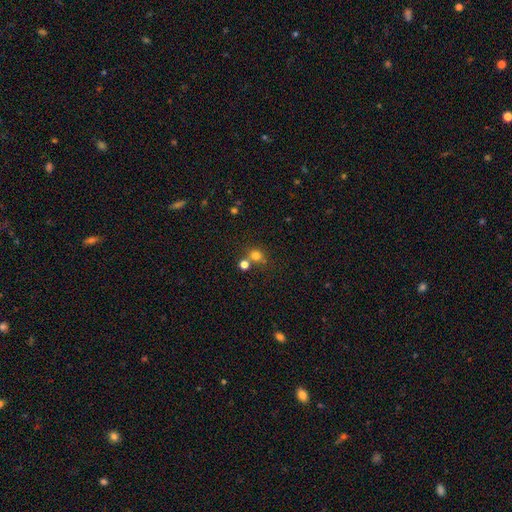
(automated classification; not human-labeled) smooth 76%, star or artifact 16%, featured or disk 8%. Down the decision tree: how rounded — round (80%); merging — none (56%).